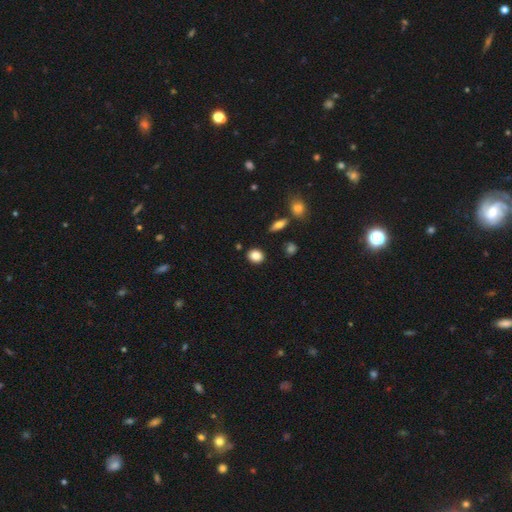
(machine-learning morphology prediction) smooth-or-featured: smooth: 86% | star or artifact: 9% | featured or disk: 5%
  how-rounded: round: 65% | in between: 33% | cigar-shaped: 2%
  merging: none: 87% | minor disturbance: 8% | merger: 3% | major disturbance: 2%